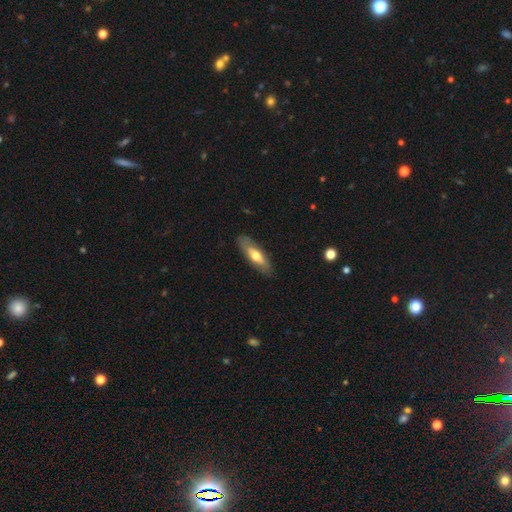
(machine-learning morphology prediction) Smooth or featured: smooth — 51% (featured or disk — 44%)
How rounded: in between — 51% (cigar-shaped — 47%)
Merging: none — 84% (minor disturbance — 12%)